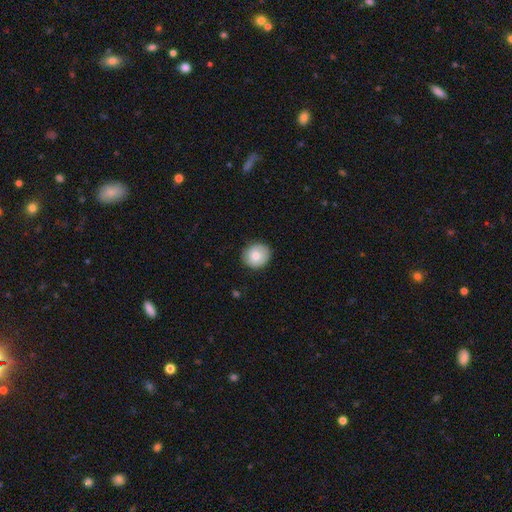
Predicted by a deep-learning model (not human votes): The model was most divided on "smooth or featured": smooth: 75%, featured or disk: 17%, star or artifact: 7%. More confident: merging — none (87%); how rounded — round (85%).